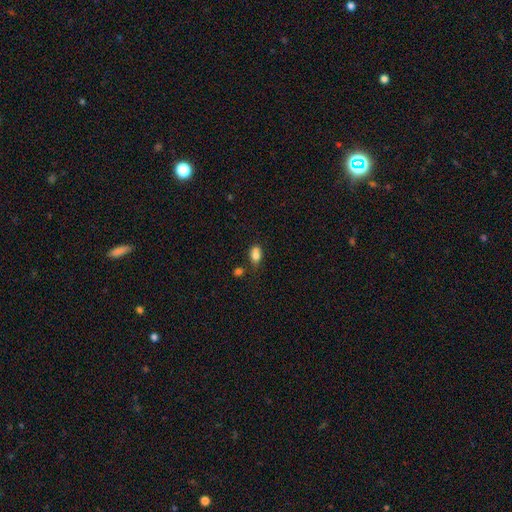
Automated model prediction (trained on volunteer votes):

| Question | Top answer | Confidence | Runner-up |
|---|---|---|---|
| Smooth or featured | smooth | 79% | star or artifact (11%) |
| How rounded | in between | 77% | round (20%) |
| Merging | none | 40% | minor disturbance (28%) |